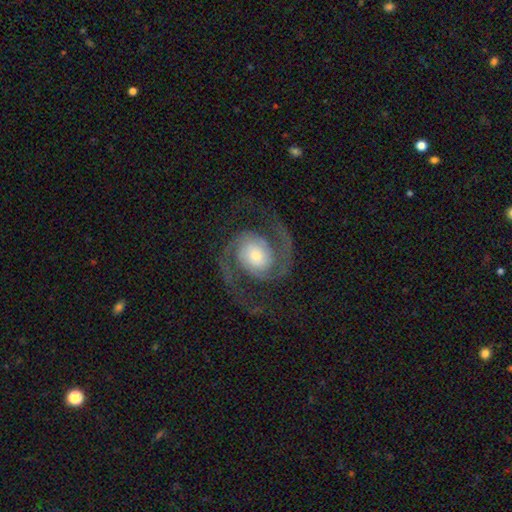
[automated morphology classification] Q: Smooth or featured?
A: featured or disk (92%); runner-up: star or artifact (4%)
Q: Edge-on disk?
A: no (98%); runner-up: yes (2%)
Q: Bar?
A: no (63%); runner-up: weak (26%)
Q: Spiral arms?
A: yes (98%); runner-up: no (2%)
Q: Spiral winding?
A: medium (56%); runner-up: tight (24%)
Q: Spiral arm count?
A: 2 (94%); runner-up: 3 (1%)
Q: Bulge size?
A: small (42%); runner-up: moderate (41%)
Q: Merging?
A: none (78%); runner-up: minor disturbance (11%)